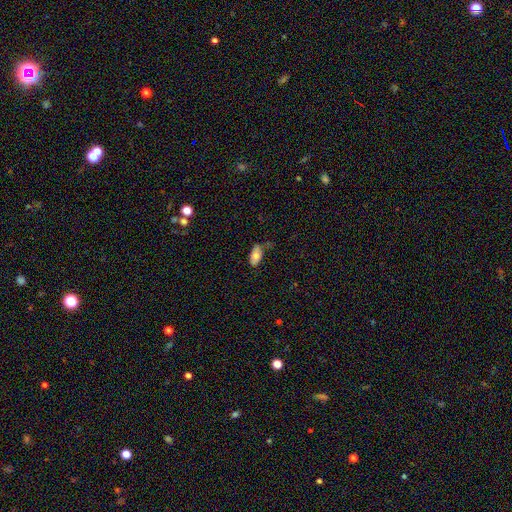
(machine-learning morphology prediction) smooth-or-featured: smooth: 74% | featured or disk: 19% | star or artifact: 7%
  how-rounded: in between: 91% | cigar-shaped: 6% | round: 3%
  merging: none: 51% | minor disturbance: 33% | major disturbance: 12% | merger: 5%